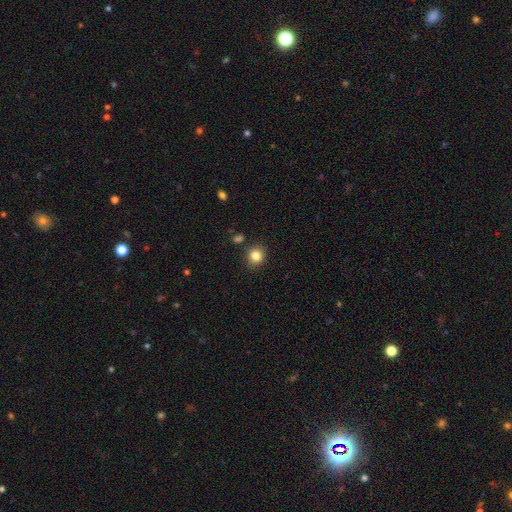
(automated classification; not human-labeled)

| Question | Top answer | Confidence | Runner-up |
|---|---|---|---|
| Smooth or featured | smooth | 83% | star or artifact (11%) |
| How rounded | round | 75% | in between (24%) |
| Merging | none | 83% | minor disturbance (10%) |